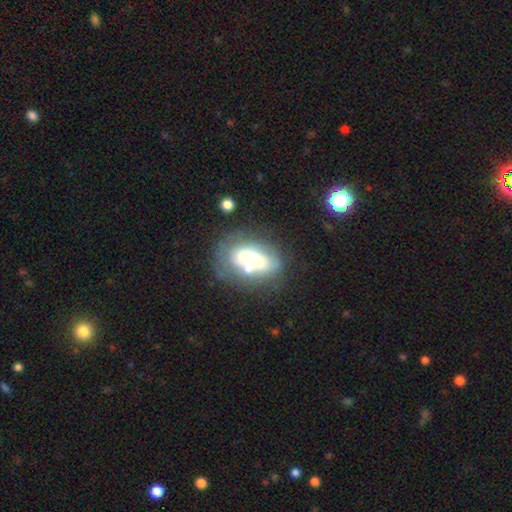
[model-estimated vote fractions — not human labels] Smooth or featured? Predicted: smooth (p=0.46). Merging? Predicted: none (p=0.47).